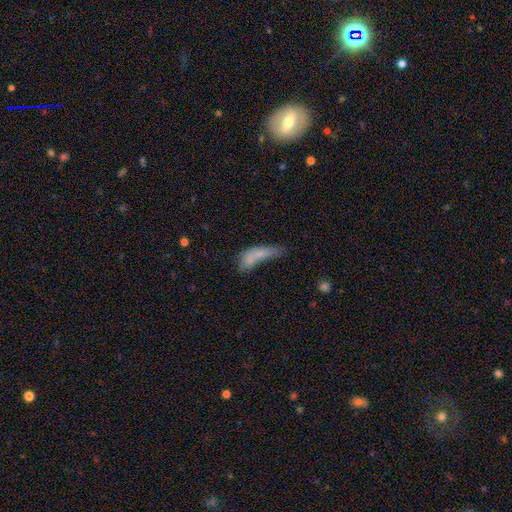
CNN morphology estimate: This appears to be a smooth galaxy with no disk features (67%) that is in between round and cigar-shaped (50%). Merging: major disturbance (31%).